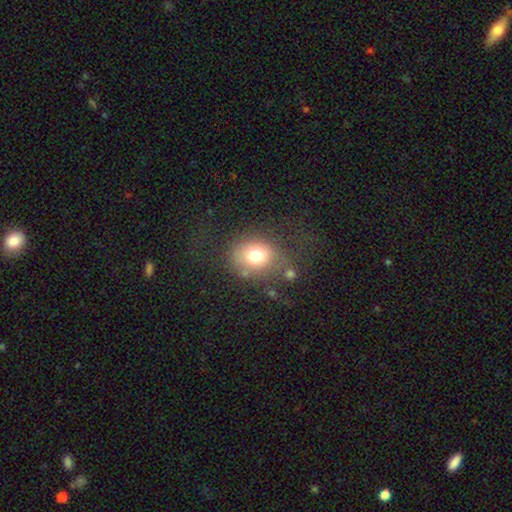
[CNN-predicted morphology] Smooth or featured? smooth (74%)
How rounded? round (66%)
Merging? none (61%)